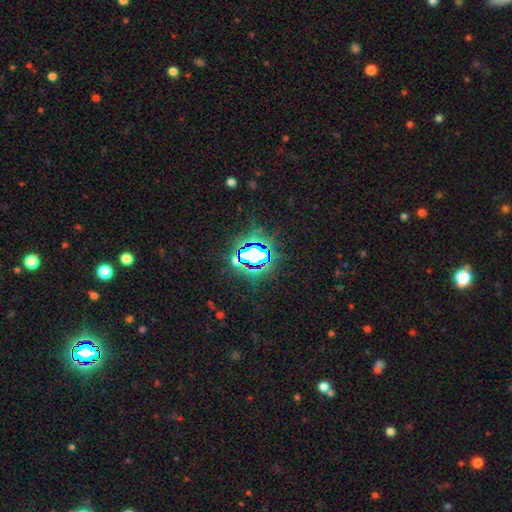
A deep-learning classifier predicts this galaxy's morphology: Q: Smooth or featured?
A: star or artifact (75%); runner-up: smooth (15%)